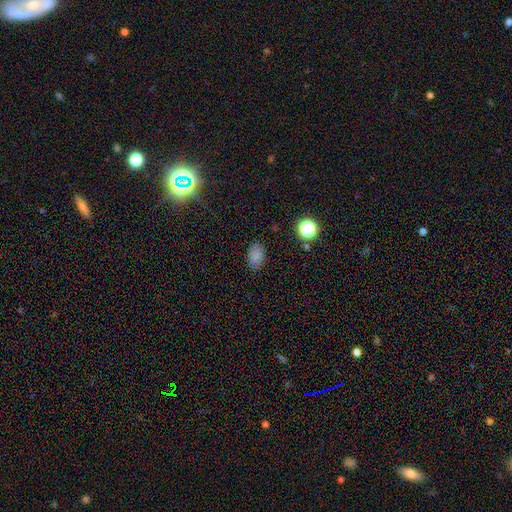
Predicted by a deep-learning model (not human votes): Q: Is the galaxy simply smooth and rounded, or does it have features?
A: smooth — 82%.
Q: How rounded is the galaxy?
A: in between — 83%.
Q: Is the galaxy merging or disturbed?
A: none — 84%.